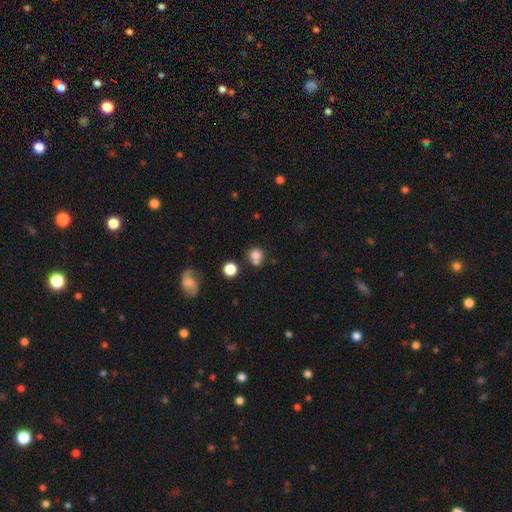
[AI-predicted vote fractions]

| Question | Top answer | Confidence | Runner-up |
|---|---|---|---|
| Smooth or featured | smooth | 77% | star or artifact (13%) |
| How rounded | round | 83% | in between (16%) |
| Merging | none | 51% | merger (33%) |